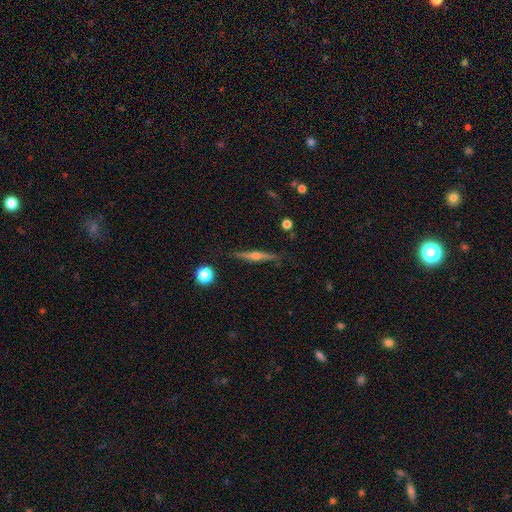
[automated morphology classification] The model was most divided on "smooth or featured": featured or disk: 73%, smooth: 20%, star or artifact: 7%. More confident: edge-on disk — yes (97%); edge-on bulge — rounded (89%); merging — none (87%).